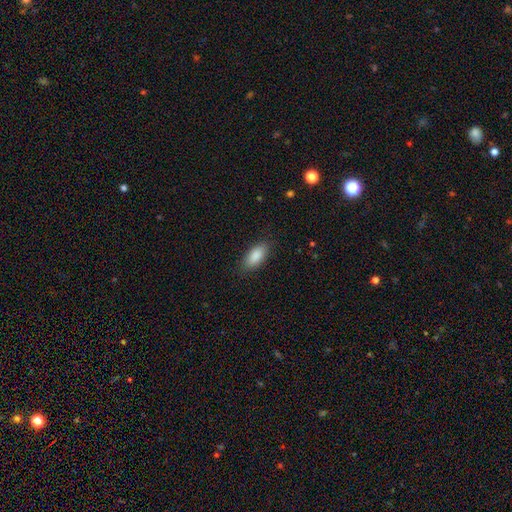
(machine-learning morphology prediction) Smooth or featured? Predicted: smooth (p=0.88). How rounded? Predicted: in between (p=0.87). Merging? Predicted: none (p=0.86).